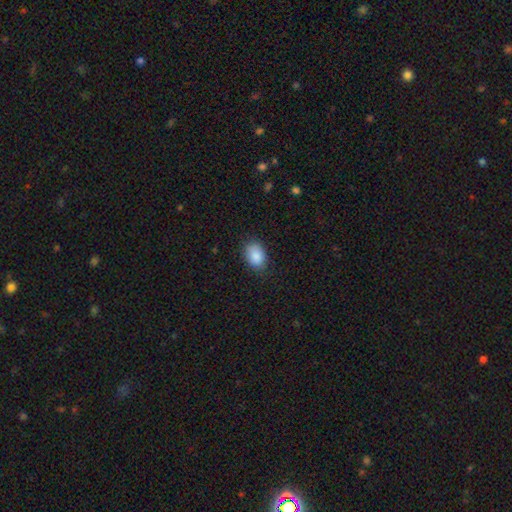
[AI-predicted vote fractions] Overall: smooth (87%). How rounded: in between (80%). Merging: none (80%).